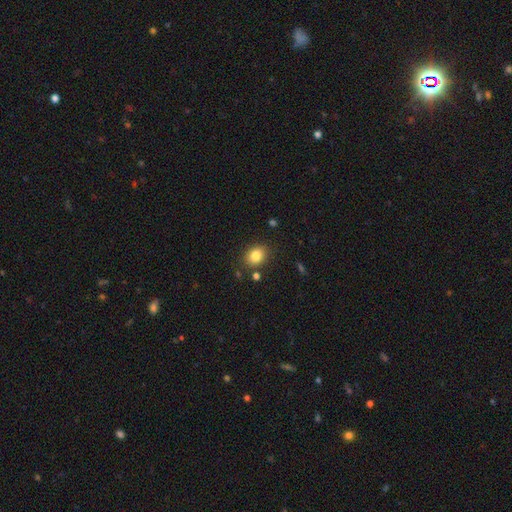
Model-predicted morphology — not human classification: Smooth or featured: smooth — 83% (star or artifact — 10%)
How rounded: in between — 54% (round — 45%)
Merging: none — 83% (minor disturbance — 10%)